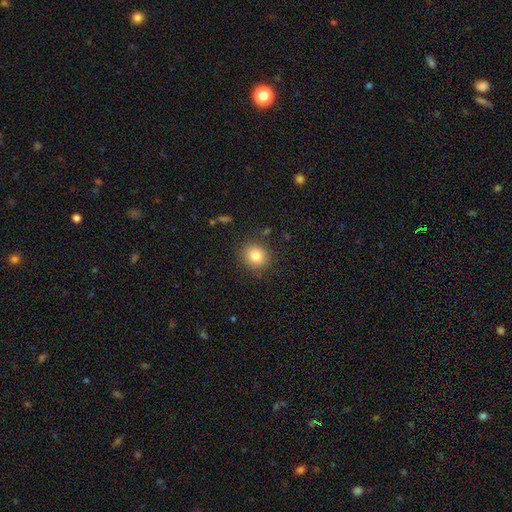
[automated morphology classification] smooth_or_featured: smooth (p=0.83) [alt: star or artifact p=0.10]
how_rounded: round (p=0.77) [alt: in between p=0.22]
merging: none (p=0.86) [alt: minor disturbance p=0.09]